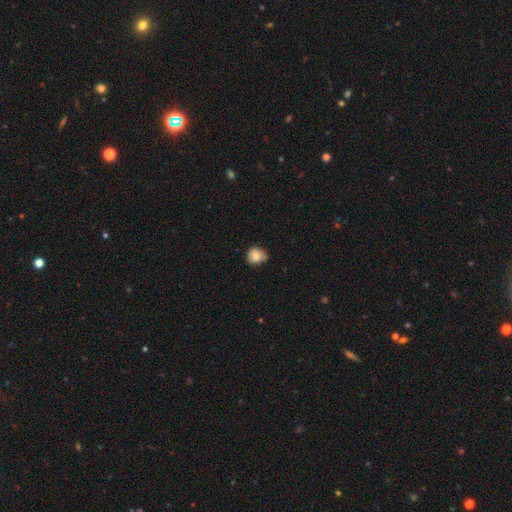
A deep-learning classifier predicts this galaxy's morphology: Smooth or featured? smooth (80%)
How rounded? round (77%)
Merging? none (59%)